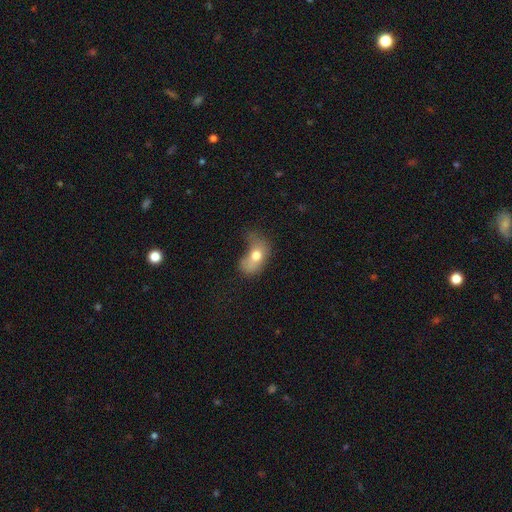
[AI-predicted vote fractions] This appears to be a smooth galaxy with no disk features (70%) that is in between round and cigar-shaped (77%). Merging: major disturbance (47%).